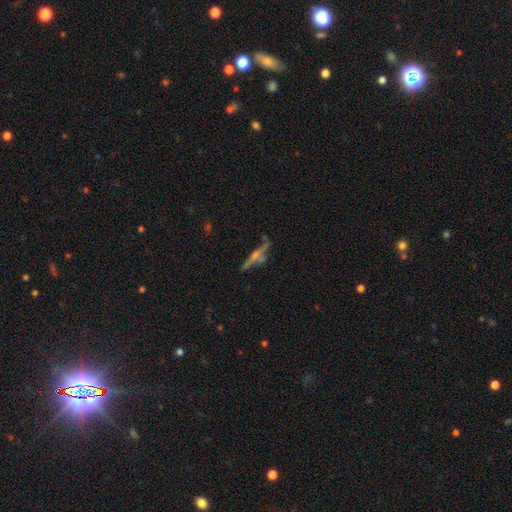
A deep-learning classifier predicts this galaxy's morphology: This appears to be a featured or disk galaxy (65%) viewed edge-on (87%) with a rounded central bulge (73%). Merging: none (64%).